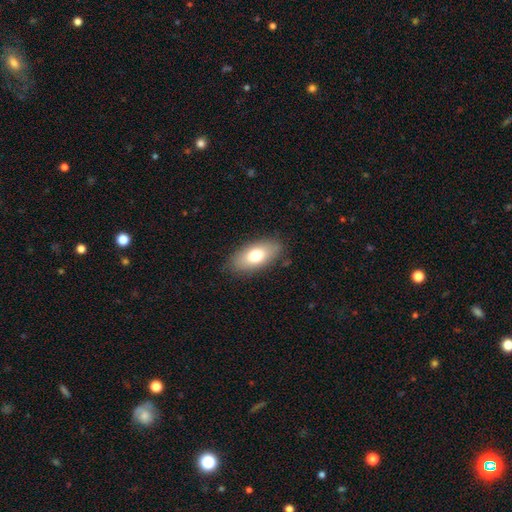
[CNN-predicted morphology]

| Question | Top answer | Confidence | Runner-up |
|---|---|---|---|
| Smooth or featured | smooth | 73% | featured or disk (20%) |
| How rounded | in between | 88% | cigar-shaped (8%) |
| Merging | none | 85% | minor disturbance (11%) |